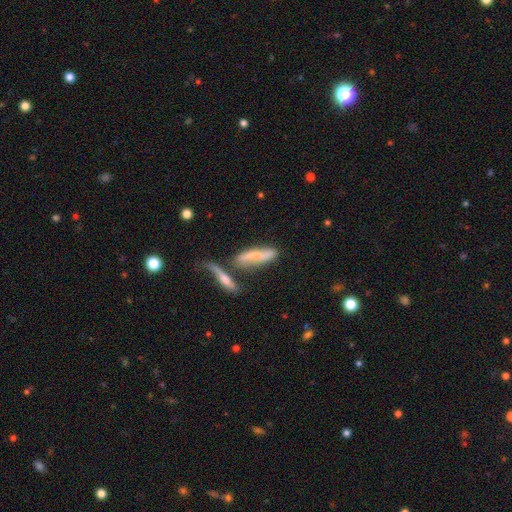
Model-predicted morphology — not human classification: The model was most divided on "smooth or featured": smooth: 47%, featured or disk: 45%, star or artifact: 8%. Remaining: merging — none (40%).